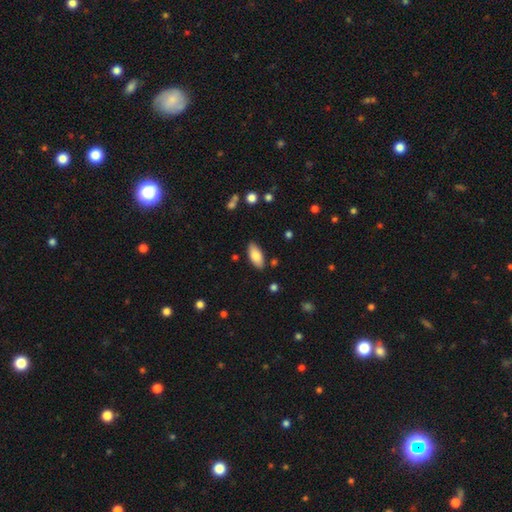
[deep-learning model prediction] smooth_or_featured: smooth (p=0.81) [alt: featured or disk p=0.13]
how_rounded: in between (p=0.89) [alt: cigar-shaped p=0.10]
merging: none (p=0.86) [alt: minor disturbance p=0.10]